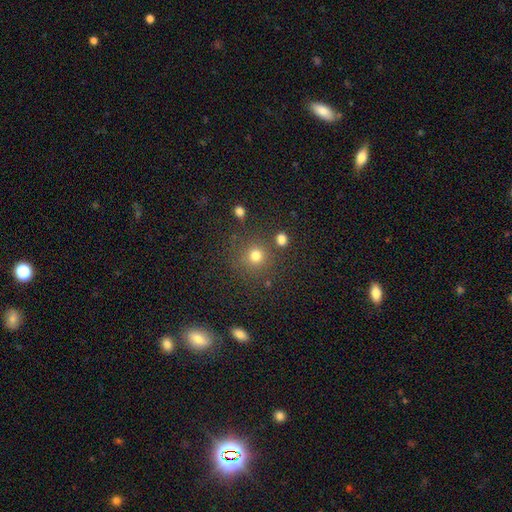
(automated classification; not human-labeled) Smooth or featured? Predicted: smooth (p=0.77). How rounded? Predicted: round (p=0.91). Merging? Predicted: none (p=0.79).